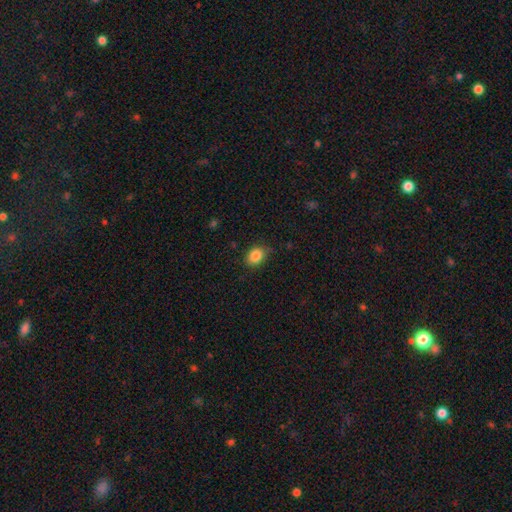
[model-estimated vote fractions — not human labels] Smooth or featured? Predicted: smooth (p=0.85). How rounded? Predicted: in between (p=0.55). Merging? Predicted: none (p=0.78).